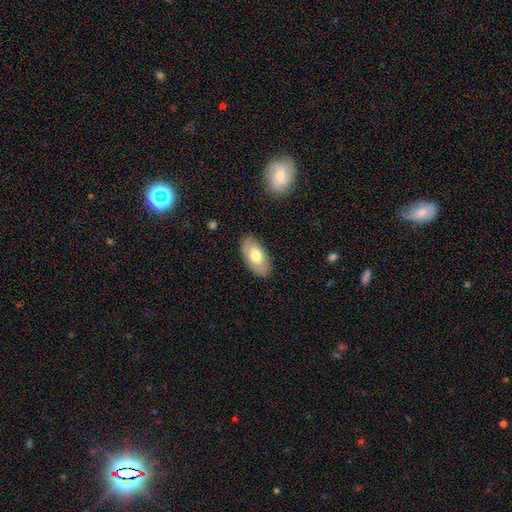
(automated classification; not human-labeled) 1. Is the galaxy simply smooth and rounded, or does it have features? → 69% smooth, 25% featured or disk, 6% star or artifact.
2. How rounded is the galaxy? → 94% in between, 3% round, 3% cigar-shaped.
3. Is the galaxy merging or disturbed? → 86% none, 10% minor disturbance, 3% major disturbance, 1% merger.